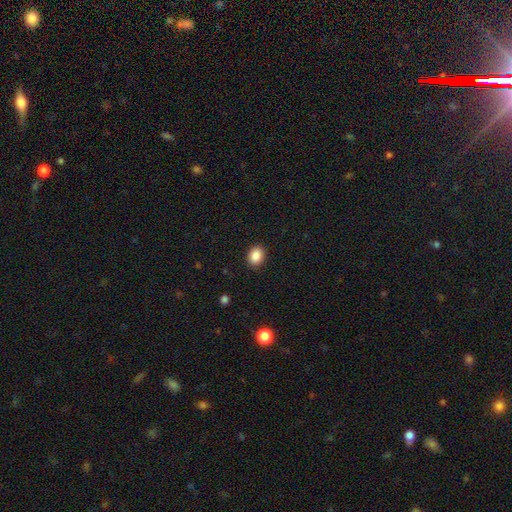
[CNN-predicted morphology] smooth_or_featured: smooth (p=0.88) [alt: star or artifact p=0.09]
how_rounded: in between (p=0.59) [alt: round p=0.40]
merging: none (p=0.90) [alt: minor disturbance p=0.07]